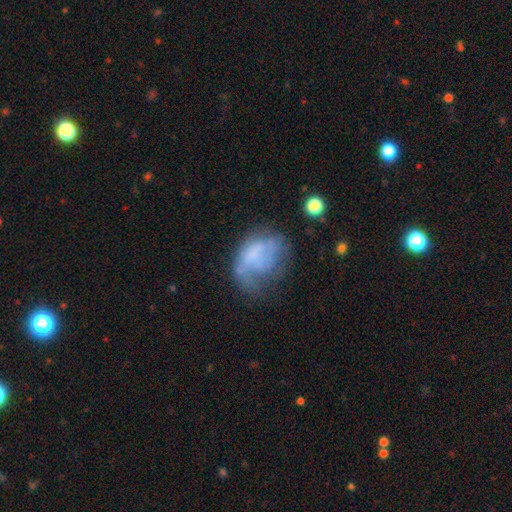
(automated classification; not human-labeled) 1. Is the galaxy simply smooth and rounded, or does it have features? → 47% featured or disk, 42% smooth, 11% star or artifact.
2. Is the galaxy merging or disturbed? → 40% major disturbance, 28% none, 27% minor disturbance, 5% merger.